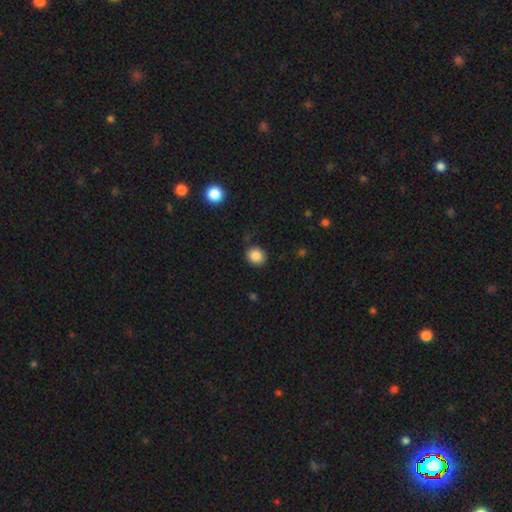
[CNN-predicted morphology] This appears to be a smooth galaxy with no disk features (86%) that is round (73%). Merging: none (88%).